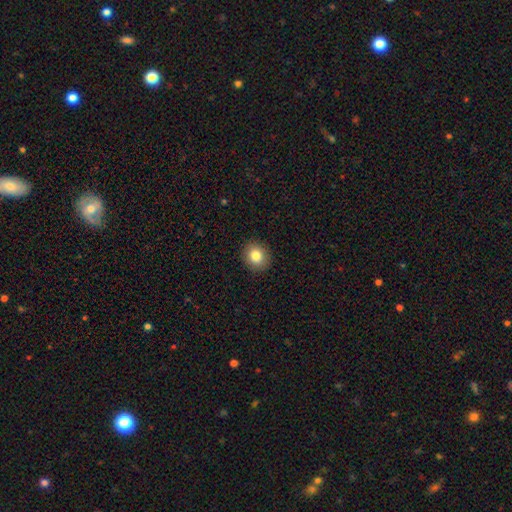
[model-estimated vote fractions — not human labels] Morphology: type=smooth (83%); roundness=round (75%); merging=none (91%).